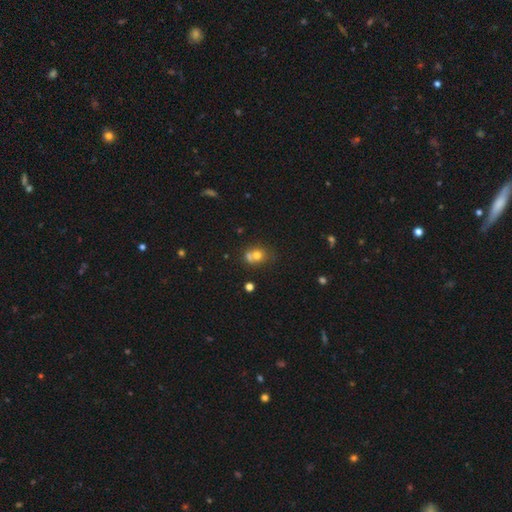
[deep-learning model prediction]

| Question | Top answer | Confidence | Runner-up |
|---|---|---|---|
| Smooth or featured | smooth | 70% | featured or disk (17%) |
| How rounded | round | 70% | in between (29%) |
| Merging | merger | 46% | none (37%) |